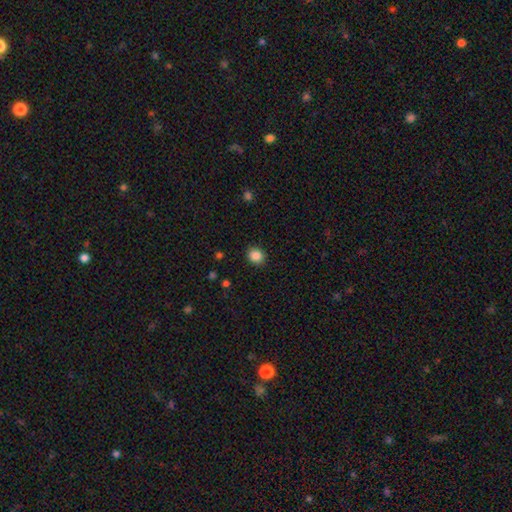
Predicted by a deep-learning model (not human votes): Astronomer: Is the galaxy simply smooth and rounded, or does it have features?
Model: smooth — 86%.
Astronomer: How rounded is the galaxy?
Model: round — 75%.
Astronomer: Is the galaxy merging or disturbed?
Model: none — 89%.